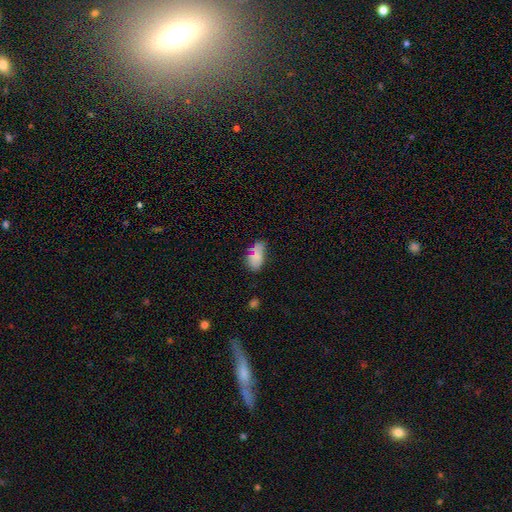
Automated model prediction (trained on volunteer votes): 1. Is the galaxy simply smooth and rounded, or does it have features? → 71% smooth, 18% star or artifact, 11% featured or disk.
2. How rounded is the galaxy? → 91% in between, 6% round, 4% cigar-shaped.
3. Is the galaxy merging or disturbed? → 56% none, 25% minor disturbance, 10% major disturbance, 9% merger.